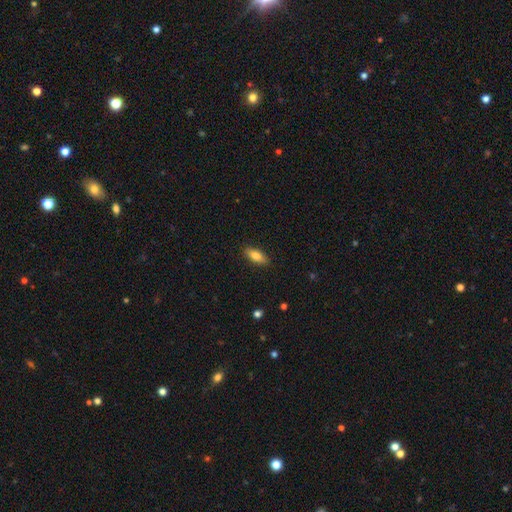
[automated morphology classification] Smooth or featured?
  - smooth: 80% *
  - featured or disk: 13%
  - star or artifact: 7%
How rounded?
  - in between: 78% *
  - cigar-shaped: 19%
  - round: 3%
Merging?
  - none: 88% *
  - minor disturbance: 9%
  - major disturbance: 2%
  - merger: 1%